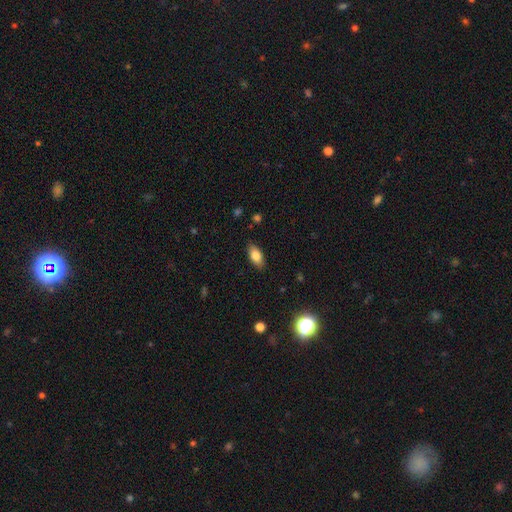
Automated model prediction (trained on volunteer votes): This is clearly a smooth galaxy (81%). How rounded: clearly in between (88%). Merging: clearly none (87%).